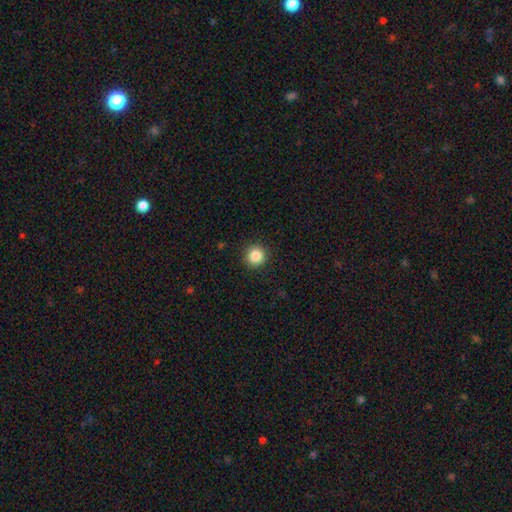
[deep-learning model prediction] Morphology: type=smooth (86%); roundness=round (94%); merging=none (92%).